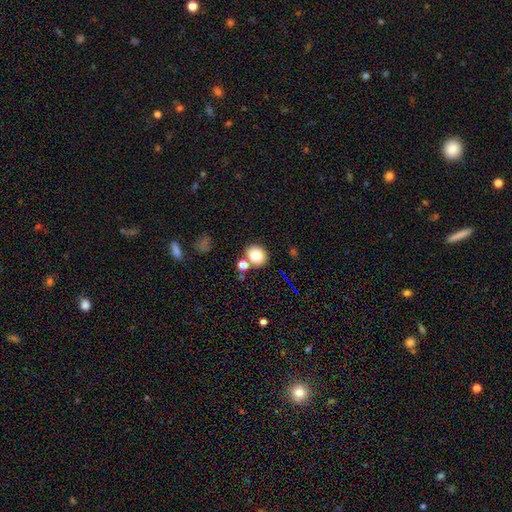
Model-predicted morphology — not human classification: This appears to be a smooth galaxy with no disk features (79%) that is round (78%). Merging: none (74%).